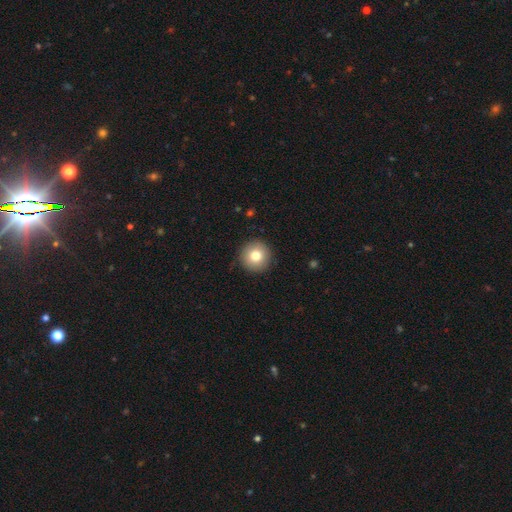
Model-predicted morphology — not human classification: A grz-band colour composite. It shows a smooth galaxy with no disk features (79%) that is round (96%). Merging: none (91%).